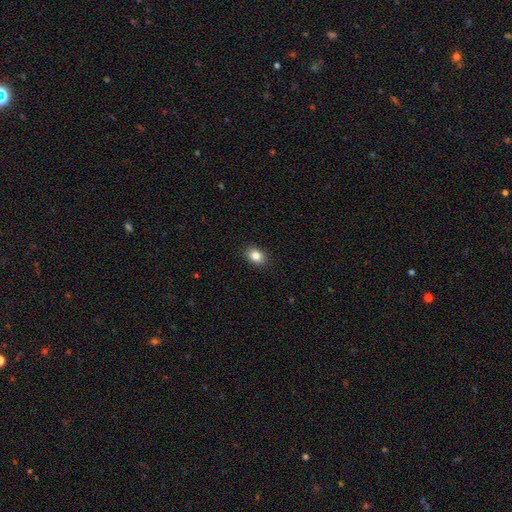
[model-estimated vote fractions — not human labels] smooth 84%, star or artifact 10%, featured or disk 6%. Down the decision tree: how rounded — in between (65%); merging — none (90%).